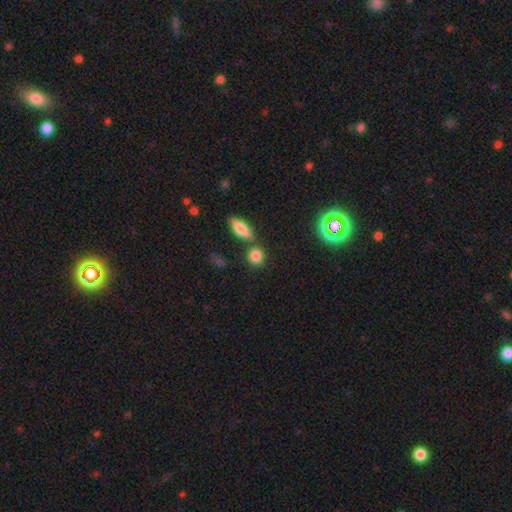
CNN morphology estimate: type=smooth (82%); roundness=round (75%); merging=none (73%).